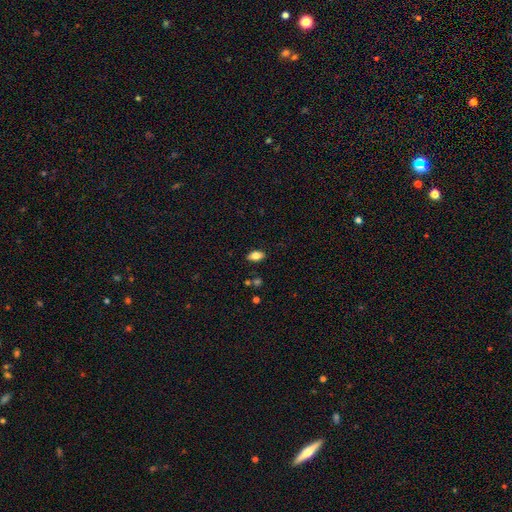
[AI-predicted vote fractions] This appears to be a smooth galaxy with no disk features (80%) that is in between round and cigar-shaped (90%). Merging: none (85%).